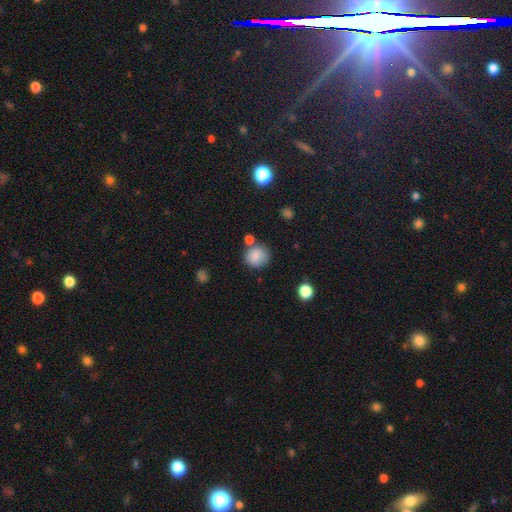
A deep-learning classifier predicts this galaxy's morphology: Smooth or featured? Predicted: smooth (p=0.82). How rounded? Predicted: round (p=0.84). Merging? Predicted: none (p=0.71).